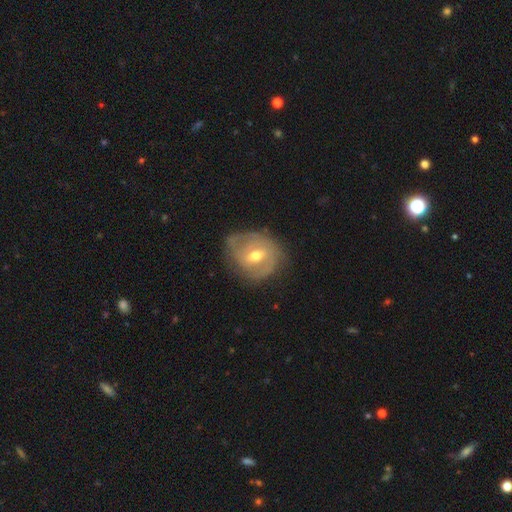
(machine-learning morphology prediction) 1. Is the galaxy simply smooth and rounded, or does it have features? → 68% featured or disk, 26% smooth, 7% star or artifact.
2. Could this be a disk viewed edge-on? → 96% no, 4% yes.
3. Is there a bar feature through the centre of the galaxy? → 53% weak, 26% no, 20% strong.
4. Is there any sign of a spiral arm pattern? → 76% yes, 24% no.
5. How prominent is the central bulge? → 69% moderate, 25% small, 4% large, 1% none, 1% dominant.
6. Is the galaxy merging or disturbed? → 63% none, 25% minor disturbance, 10% major disturbance, 2% merger.